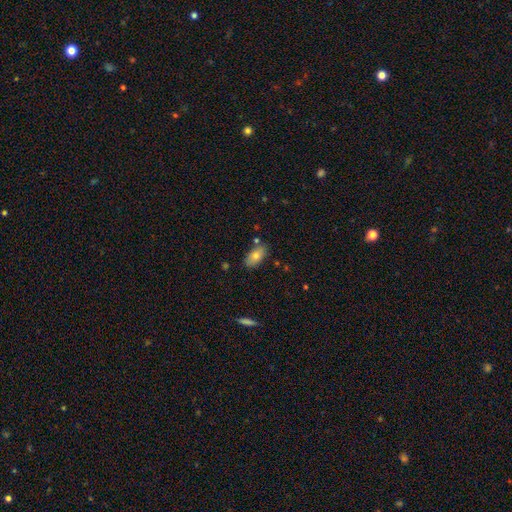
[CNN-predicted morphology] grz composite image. It shows a smooth galaxy with no disk features (76%) that is in between round and cigar-shaped (91%). Merging: none (78%).